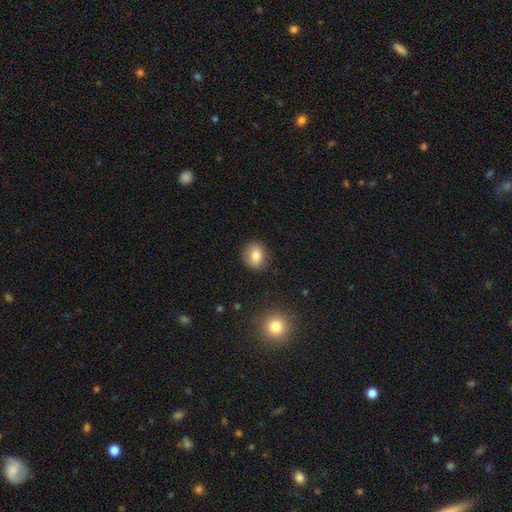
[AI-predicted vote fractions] Overall: smooth (82%). How rounded: round (69%; in between 30%). Merging: none (87%).